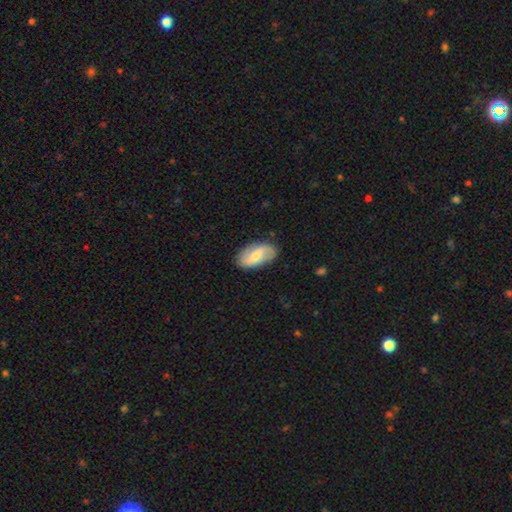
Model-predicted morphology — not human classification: A featured or disk galaxy (55%) with a weak bar (50%), spiral arms (87%) and a small central bulge (49%). Merging: none (83%).